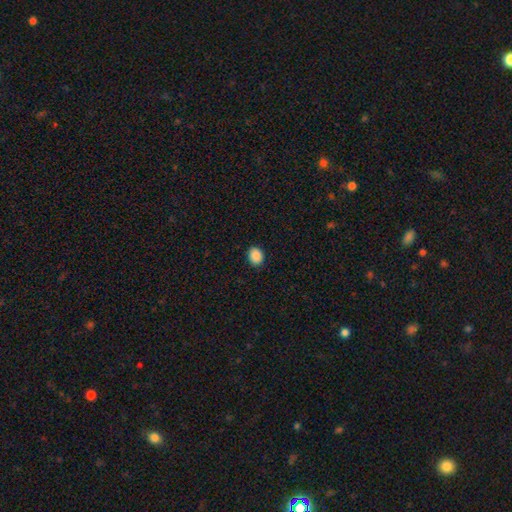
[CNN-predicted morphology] smooth_or_featured: smooth (p=0.89) [alt: star or artifact p=0.08]
how_rounded: in between (p=0.54) [alt: round p=0.45]
merging: none (p=0.90) [alt: minor disturbance p=0.08]